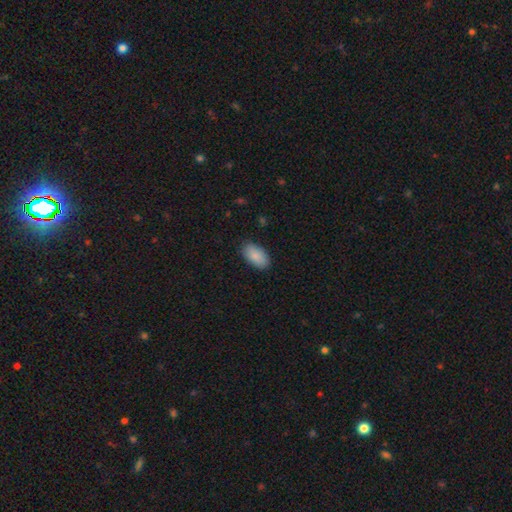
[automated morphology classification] Q: Smooth or featured?
A: smooth (88%); runner-up: star or artifact (6%)
Q: How rounded?
A: in between (95%); runner-up: round (3%)
Q: Merging?
A: none (86%); runner-up: minor disturbance (10%)